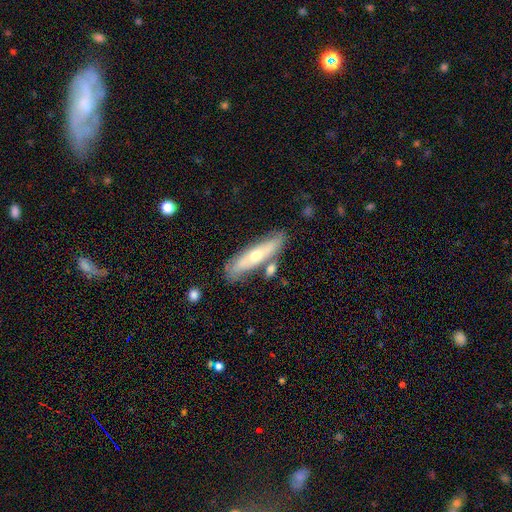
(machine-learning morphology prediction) A featured or disk galaxy (52%) viewed edge-on (54%).

Vote fractions:
- Smooth or featured? featured or disk: 52% / smooth: 42% / star or artifact: 6%
- Edge-on disk? yes: 54% / no: 46%
- Merging? none: 68% / minor disturbance: 17% / merger: 11% / major disturbance: 4%